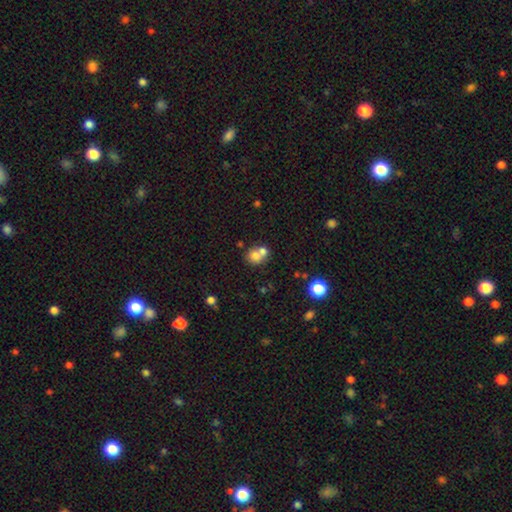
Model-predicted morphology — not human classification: Smooth or featured? smooth (73%)
How rounded? round (70%)
Merging? merger (57%)